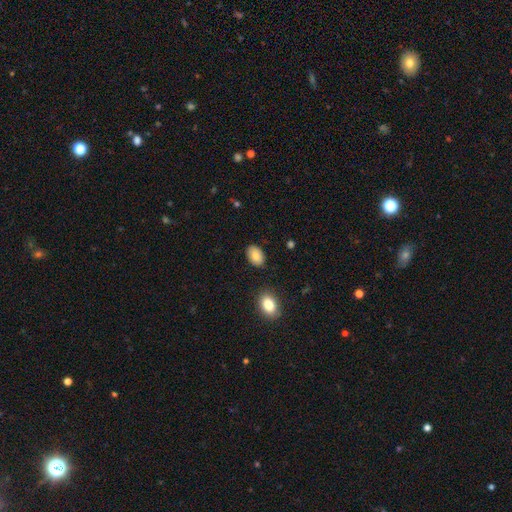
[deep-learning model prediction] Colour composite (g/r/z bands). It shows a smooth galaxy with no disk features (86%) that is in between round and cigar-shaped (89%). Merging: none (85%).